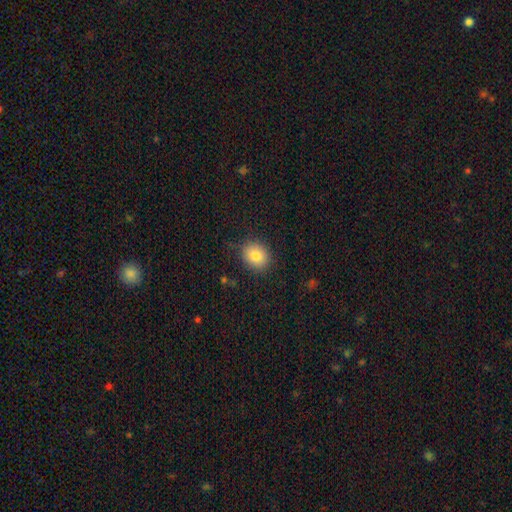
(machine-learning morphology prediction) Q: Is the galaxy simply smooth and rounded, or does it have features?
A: smooth — 82%.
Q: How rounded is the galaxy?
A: round — 56%.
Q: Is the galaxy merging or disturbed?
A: none — 85%.